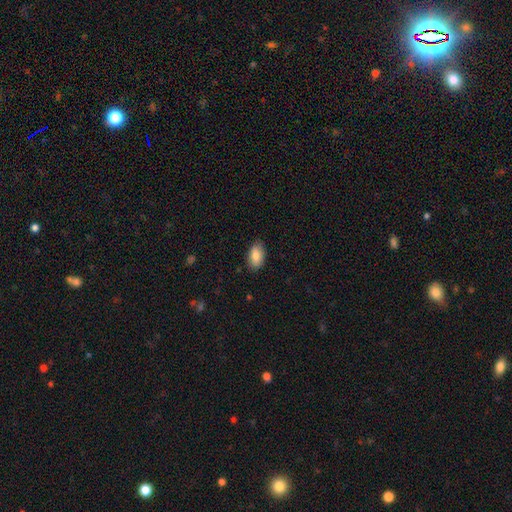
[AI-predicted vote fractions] The model was most divided on "merging": none: 84%, minor disturbance: 12%, major disturbance: 2%, merger: 1%. More confident: how rounded — in between (94%); smooth or featured — smooth (84%).